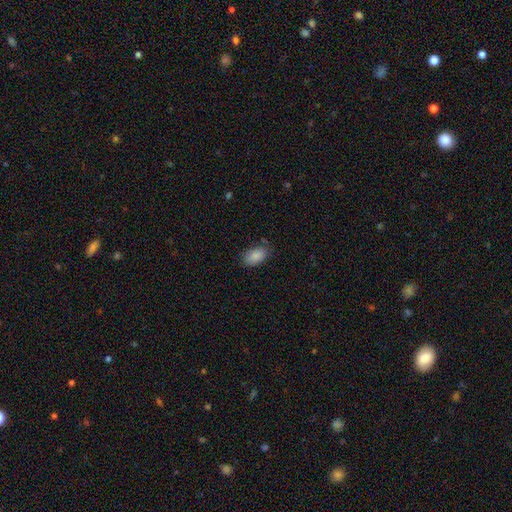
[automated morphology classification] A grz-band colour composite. It shows a smooth galaxy with no disk features (88%) that is in between round and cigar-shaped (93%). Merging: none (80%).